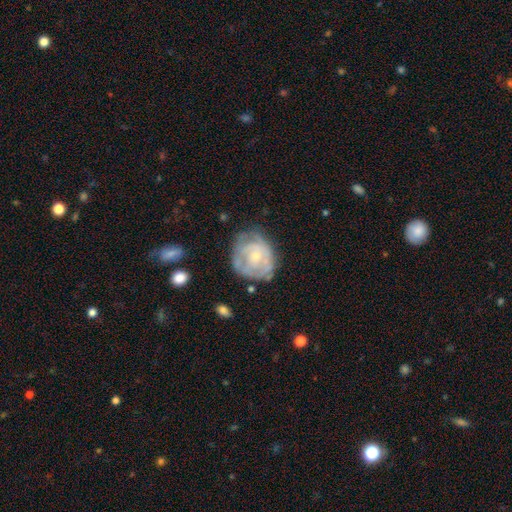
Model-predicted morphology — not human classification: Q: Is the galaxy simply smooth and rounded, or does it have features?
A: featured or disk — 66%.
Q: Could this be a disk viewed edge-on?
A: no — 97%.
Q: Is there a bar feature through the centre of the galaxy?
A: no — 79%.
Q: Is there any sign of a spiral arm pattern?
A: yes — 63%.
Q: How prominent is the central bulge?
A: small — 59%.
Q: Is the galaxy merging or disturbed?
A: none — 59%.